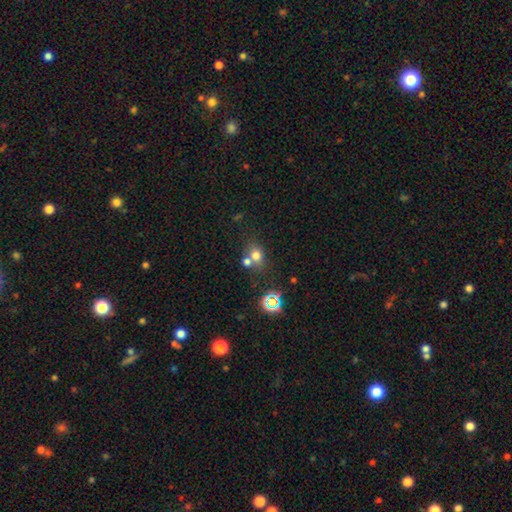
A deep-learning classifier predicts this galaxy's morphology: Q: Smooth or featured?
A: smooth (70%); runner-up: star or artifact (18%)
Q: How rounded?
A: round (60%); runner-up: in between (39%)
Q: Merging?
A: none (49%); runner-up: merger (36%)